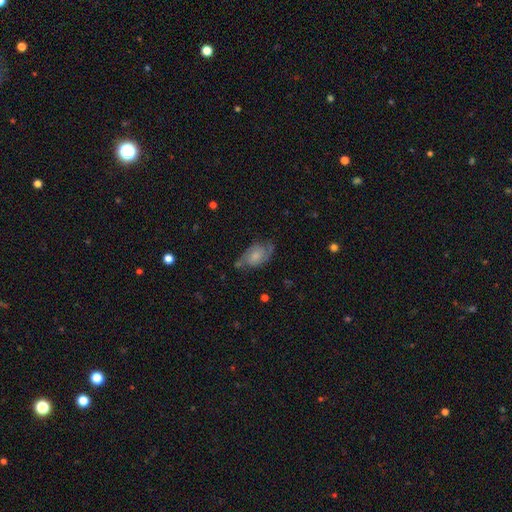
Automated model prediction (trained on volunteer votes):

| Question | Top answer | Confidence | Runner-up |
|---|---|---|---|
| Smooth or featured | featured or disk | 49% | smooth (42%) |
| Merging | none | 52% | minor disturbance (31%) |